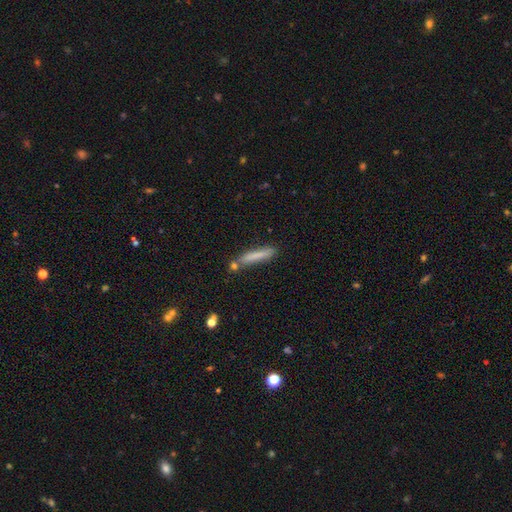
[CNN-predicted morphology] A smooth galaxy with no disk features (74%) that is cigar-shaped (93%). Merging: none (75%).